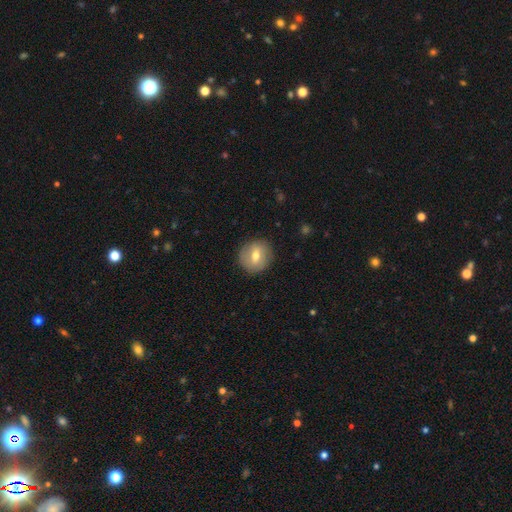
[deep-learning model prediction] smooth-or-featured: smooth: 61% | featured or disk: 31% | star or artifact: 8%
  how-rounded: round: 85% | in between: 14% | cigar-shaped: 1%
  merging: none: 87% | minor disturbance: 9% | major disturbance: 3% | merger: 1%